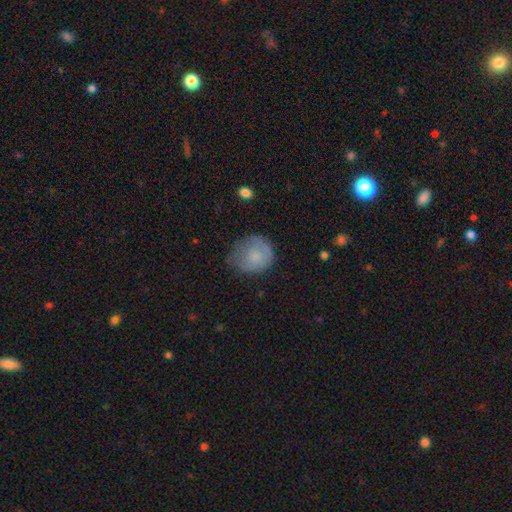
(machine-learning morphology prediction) Q: Smooth or featured?
A: smooth (74%); runner-up: featured or disk (18%)
Q: How rounded?
A: round (78%); runner-up: in between (21%)
Q: Merging?
A: none (55%); runner-up: minor disturbance (31%)